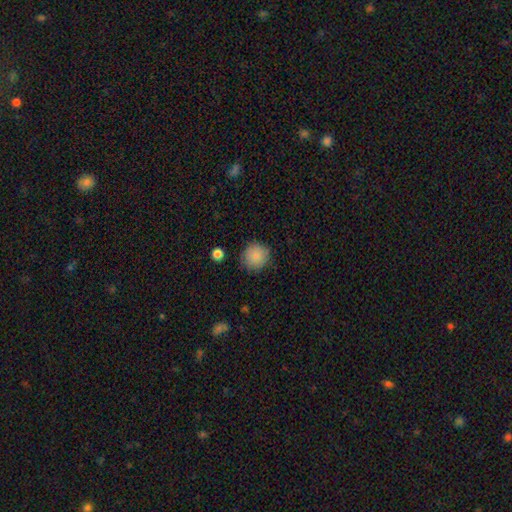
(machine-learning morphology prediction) This appears to be a smooth galaxy with no disk features (87%) that is round (91%). Merging: none (84%).